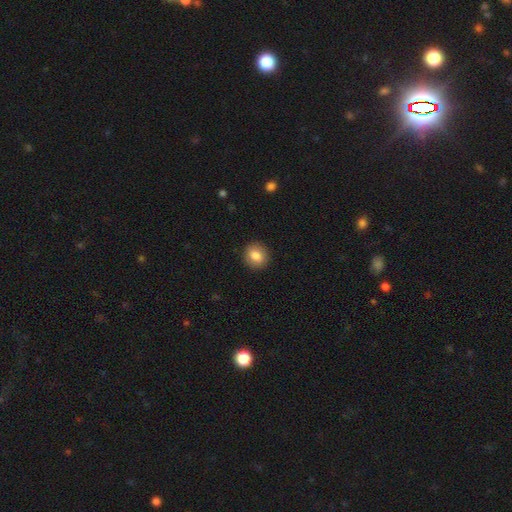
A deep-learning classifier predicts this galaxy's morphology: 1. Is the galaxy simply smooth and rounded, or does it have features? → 83% smooth, 8% featured or disk, 8% star or artifact.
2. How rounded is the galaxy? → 76% round, 23% in between, 1% cigar-shaped.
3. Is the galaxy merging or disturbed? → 90% none, 7% minor disturbance, 2% major disturbance, 1% merger.